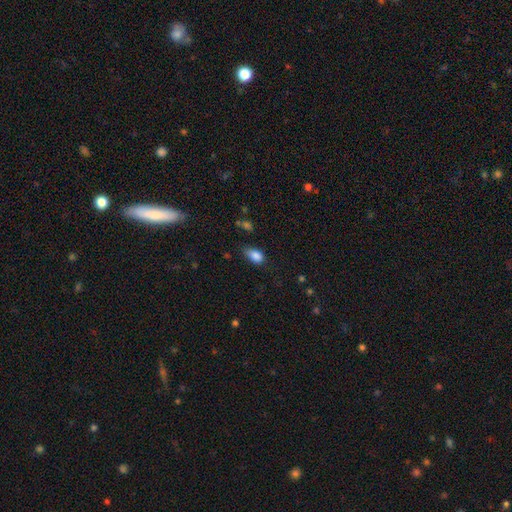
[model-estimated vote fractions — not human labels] The model was most divided on "merging": none: 50%, minor disturbance: 37%, major disturbance: 10%, merger: 3%. More confident: how rounded — in between (87%); smooth or featured — smooth (86%).